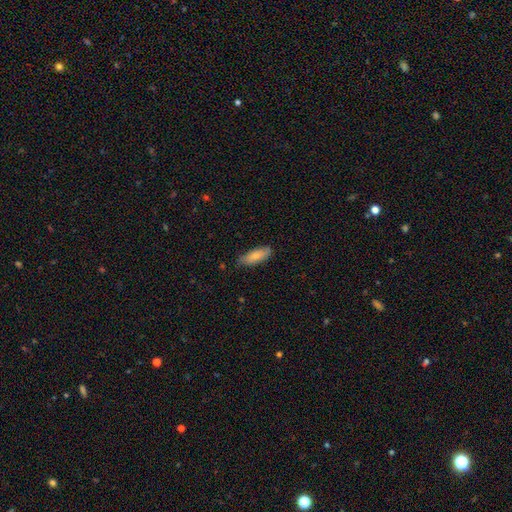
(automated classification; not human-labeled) smooth-or-featured: smooth: 78% | featured or disk: 16% | star or artifact: 6%
  how-rounded: in between: 65% | cigar-shaped: 34% | round: 2%
  merging: none: 78% | minor disturbance: 18% | major disturbance: 3% | merger: 1%